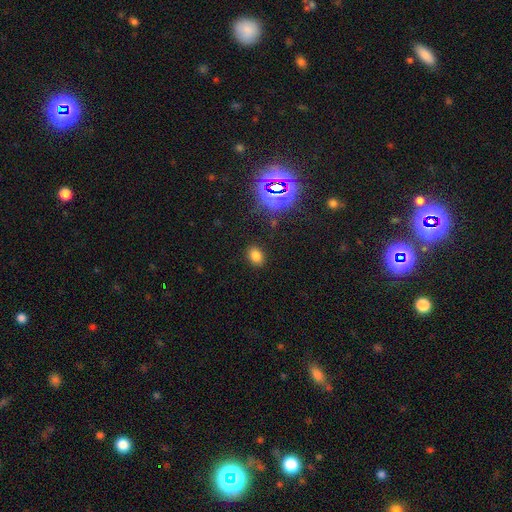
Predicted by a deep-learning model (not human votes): A smooth galaxy with no disk features (74%) that is in between round and cigar-shaped (71%).

Vote fractions:
- Smooth or featured? smooth: 74% / star or artifact: 20% / featured or disk: 6%
- How rounded? in between: 71% / round: 28% / cigar-shaped: 1%
- Merging? none: 87% / minor disturbance: 9% / major disturbance: 3% / merger: 2%